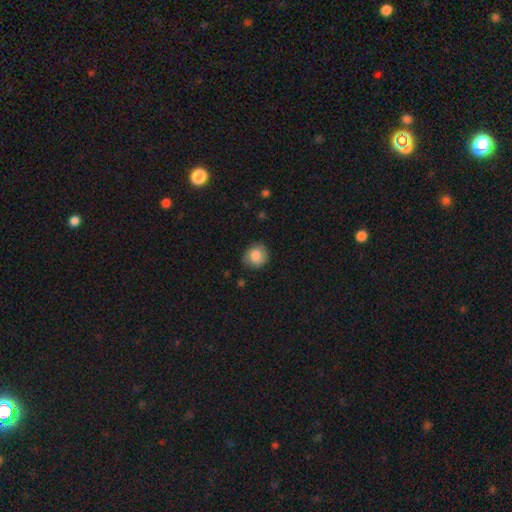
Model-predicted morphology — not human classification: A smooth galaxy with no disk features (79%) that is round (74%). Merging: none (78%).